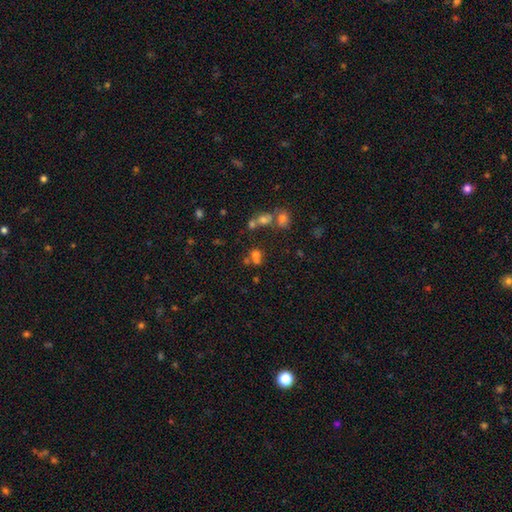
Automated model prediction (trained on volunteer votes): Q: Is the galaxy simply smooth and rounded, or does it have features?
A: smooth — 62%.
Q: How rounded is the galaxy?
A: round — 75%.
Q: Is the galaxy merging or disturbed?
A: none — 43%.